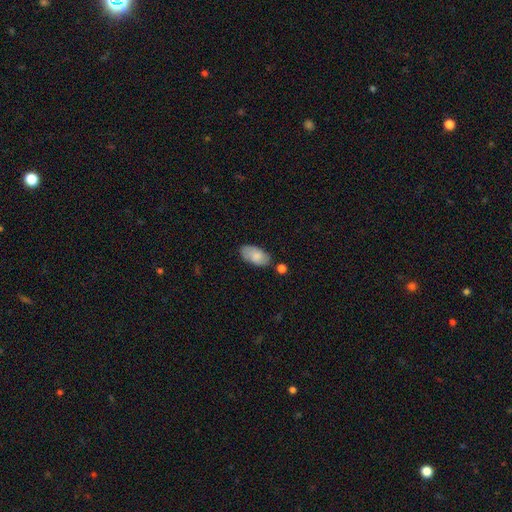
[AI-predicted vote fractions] A smooth galaxy with no disk features (81%) that is in between round and cigar-shaped (94%). Merging: none (74%).